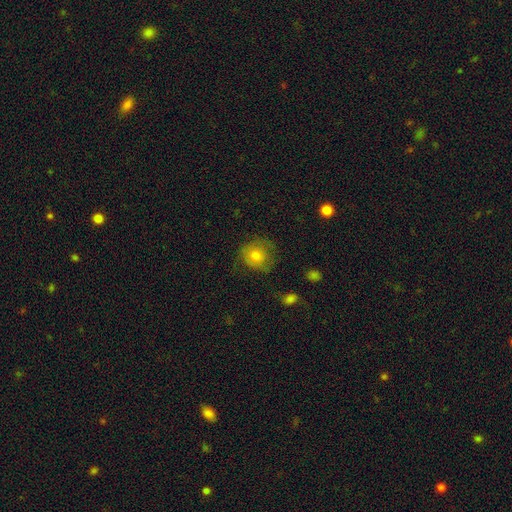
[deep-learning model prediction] smooth 71%, featured or disk 20%, star or artifact 10%. Down the decision tree: how rounded — round (84%); merging — none (64%).